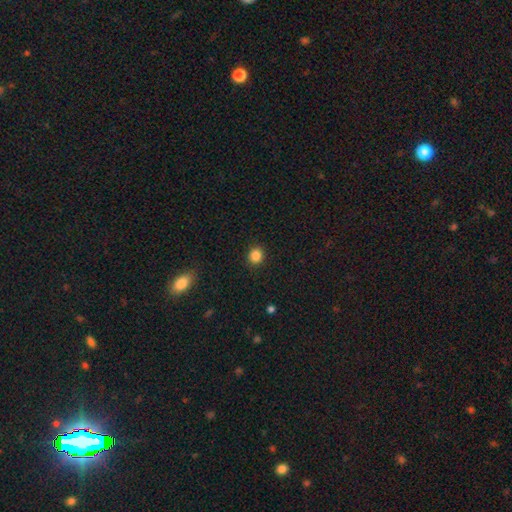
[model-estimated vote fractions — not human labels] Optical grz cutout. It shows a smooth galaxy with no disk features (85%) that is round (83%). Merging: none (91%).